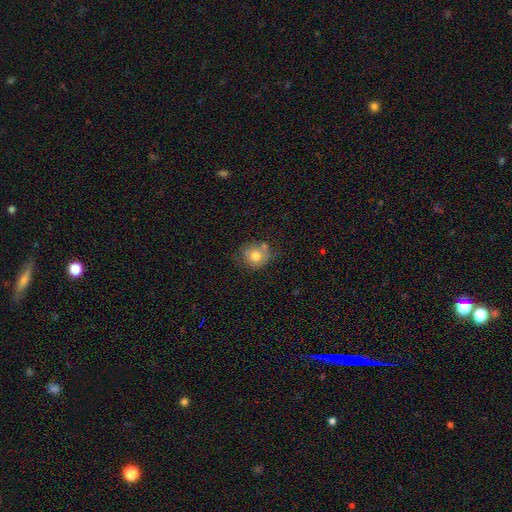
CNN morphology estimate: Smooth or featured? smooth (71%)
How rounded? round (78%)
Merging? none (59%)